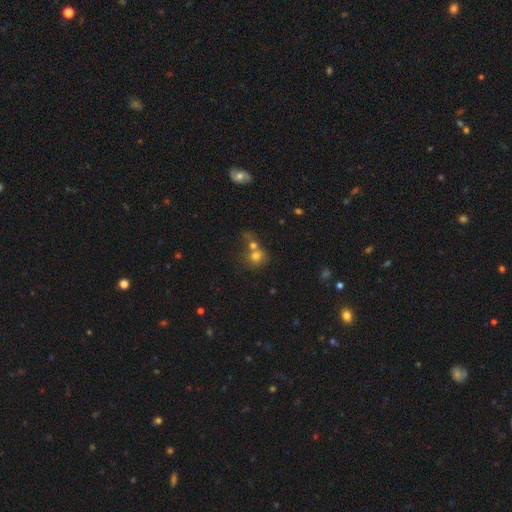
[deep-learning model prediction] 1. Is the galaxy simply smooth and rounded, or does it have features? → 70% smooth, 16% featured or disk, 14% star or artifact.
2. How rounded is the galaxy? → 71% round, 28% in between, 1% cigar-shaped.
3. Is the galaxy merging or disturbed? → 58% merger, 28% none, 8% minor disturbance, 6% major disturbance.